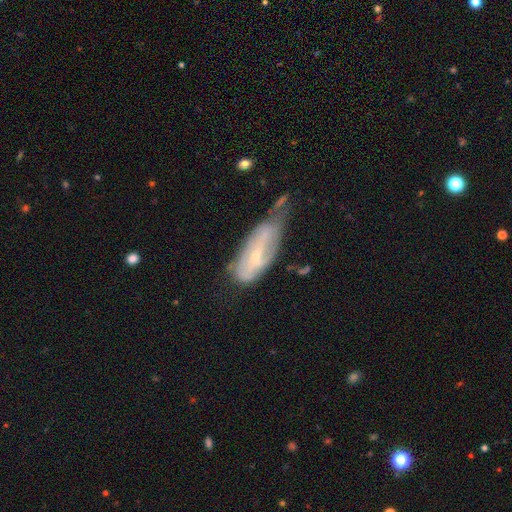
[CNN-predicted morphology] Smooth or featured? featured or disk (65%)
Edge-on disk? no (85%)
Bar? weak (41%)
Spiral arms? yes (69%)
Bulge size? small (66%)
Merging? minor disturbance (38%)